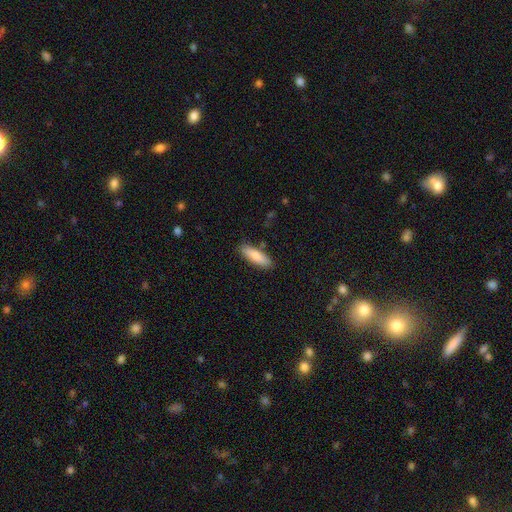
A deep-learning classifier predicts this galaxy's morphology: A smooth galaxy with no disk features (81%) that is cigar-shaped (55%). Merging: none (86%).